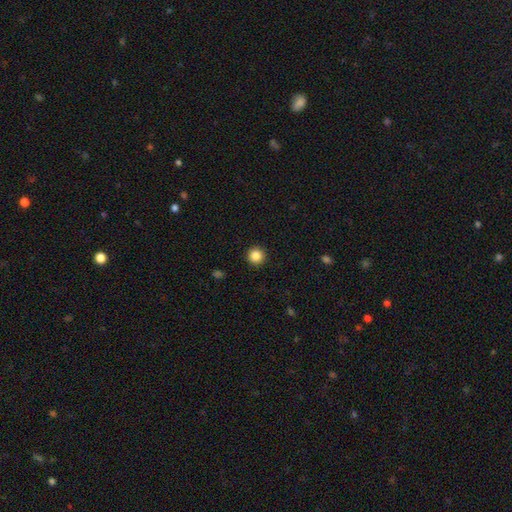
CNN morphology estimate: Smooth or featured?
  - smooth: 86% *
  - star or artifact: 10%
  - featured or disk: 4%
How rounded?
  - round: 96% *
  - in between: 3%
  - cigar-shaped: 1%
Merging?
  - none: 93% *
  - minor disturbance: 4%
  - major disturbance: 2%
  - merger: 1%